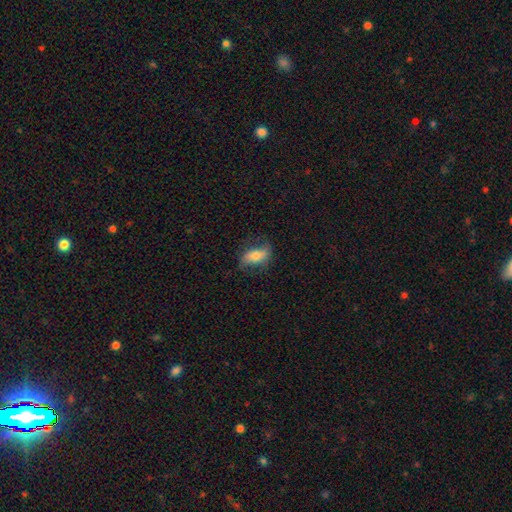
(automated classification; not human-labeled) Smooth or featured? Predicted: smooth (p=0.58). How rounded? Predicted: in between (p=0.84). Merging? Predicted: none (p=0.67).